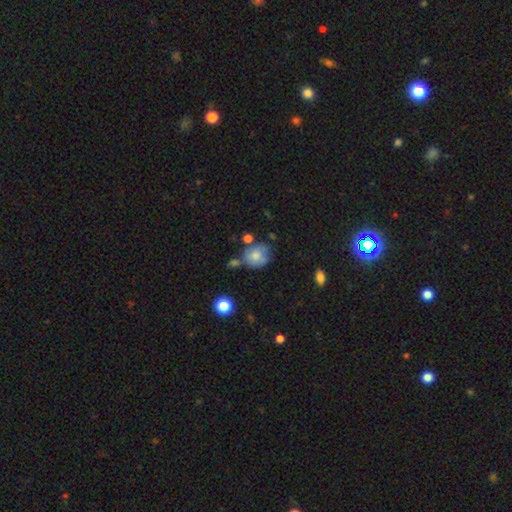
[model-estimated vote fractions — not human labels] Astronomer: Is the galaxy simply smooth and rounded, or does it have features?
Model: smooth — 70%.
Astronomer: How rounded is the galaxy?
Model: round — 62%.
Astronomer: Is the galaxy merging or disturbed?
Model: none — 47% (runner-up: minor disturbance, 27%).